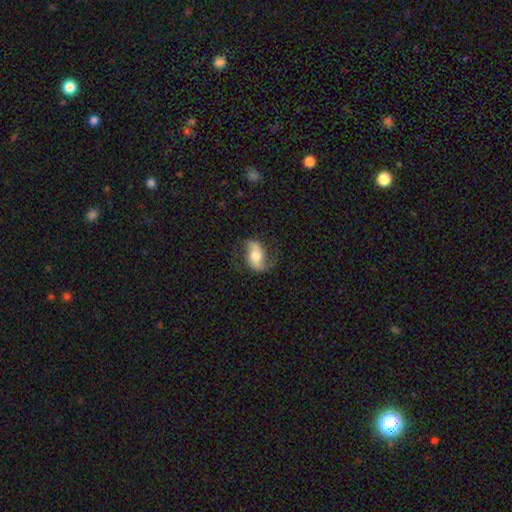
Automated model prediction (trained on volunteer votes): This appears to be a featured or disk galaxy (63%) with no bar (39%), 2 (89%) loose (65%) spiral arms (87%) and a moderate central bulge (57%). Merging: none (70%).